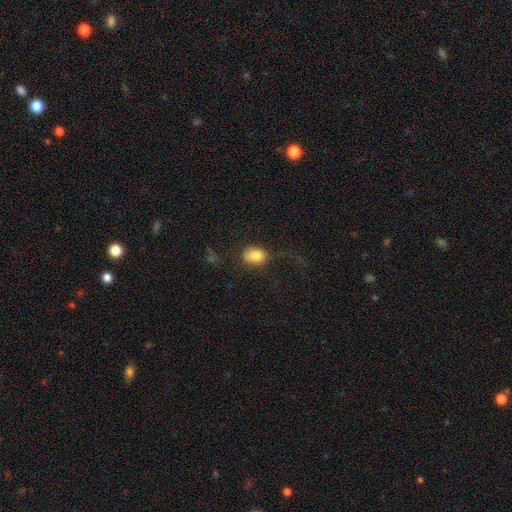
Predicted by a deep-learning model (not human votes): This appears to be a smooth galaxy with no disk features (82%) that is in between round and cigar-shaped (56%). Merging: none (57%).